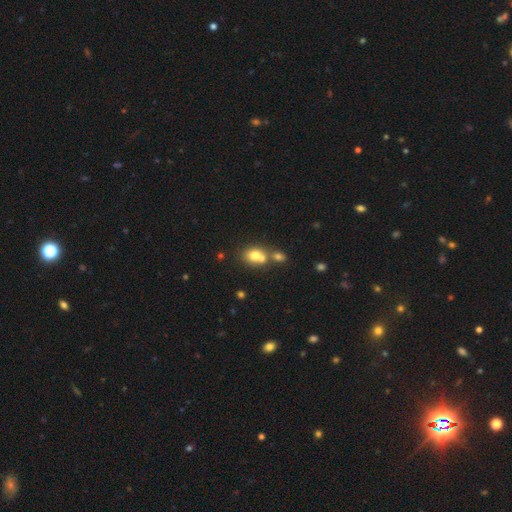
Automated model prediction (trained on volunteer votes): Smooth or featured?
  - smooth: 73% *
  - featured or disk: 16%
  - star or artifact: 11%
How rounded?
  - round: 50% *
  - in between: 49%
  - cigar-shaped: 1%
Merging?
  - merger: 56% *
  - none: 32%
  - minor disturbance: 8%
  - major disturbance: 4%